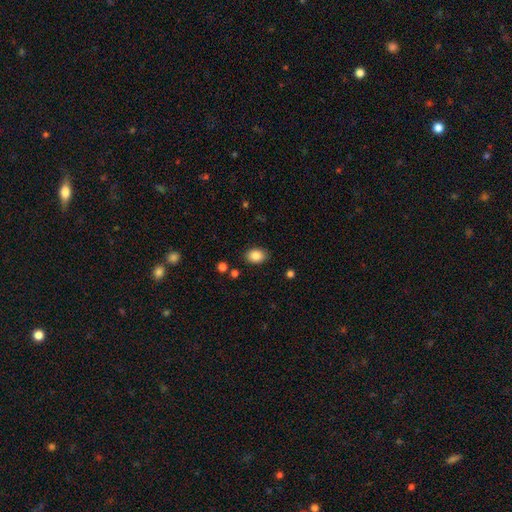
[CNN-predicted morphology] Smooth or featured? Predicted: smooth (p=0.86). How rounded? Predicted: in between (p=0.72). Merging? Predicted: none (p=0.86).